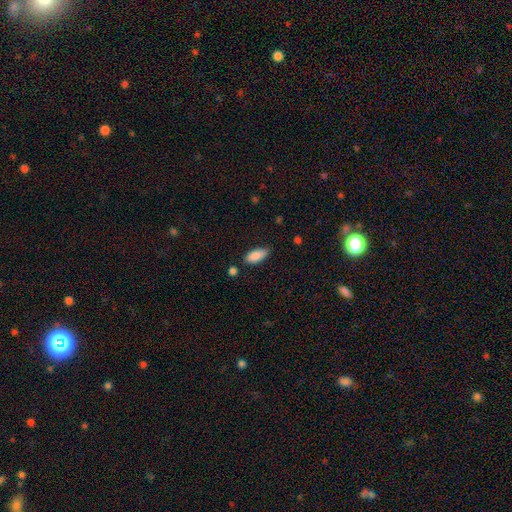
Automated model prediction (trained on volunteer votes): Smooth or featured?
  - smooth: 89% *
  - star or artifact: 7%
  - featured or disk: 5%
How rounded?
  - in between: 86% *
  - cigar-shaped: 12%
  - round: 2%
Merging?
  - none: 76% *
  - minor disturbance: 18%
  - major disturbance: 3%
  - merger: 3%